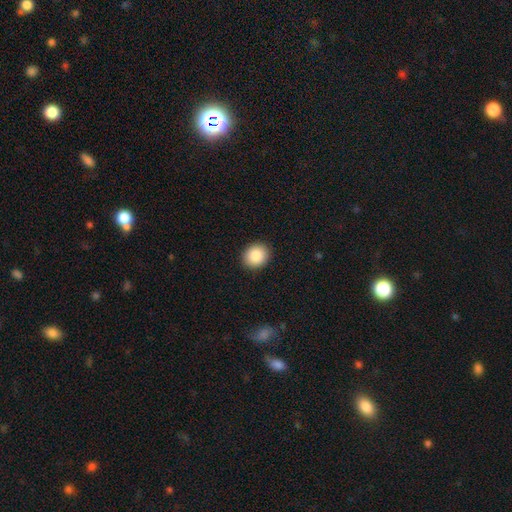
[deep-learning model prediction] The model was most divided on "how rounded": round: 75%, in between: 24%, cigar-shaped: 1%. More confident: merging — none (92%); smooth or featured — smooth (87%).